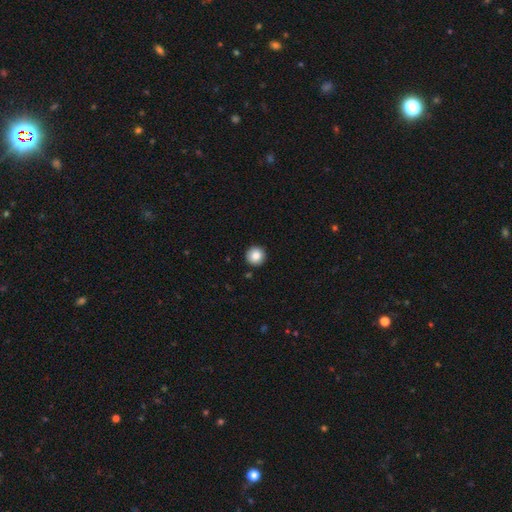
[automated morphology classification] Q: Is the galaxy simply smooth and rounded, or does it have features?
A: smooth — 86%.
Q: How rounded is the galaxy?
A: round — 96%.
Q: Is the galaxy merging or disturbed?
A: none — 93%.